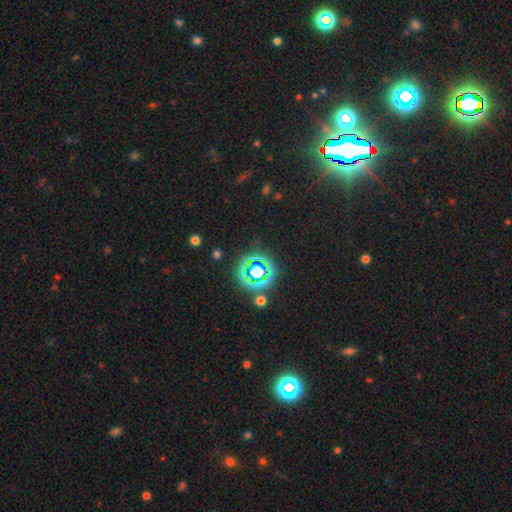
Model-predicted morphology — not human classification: Smooth or featured? star or artifact (81%)